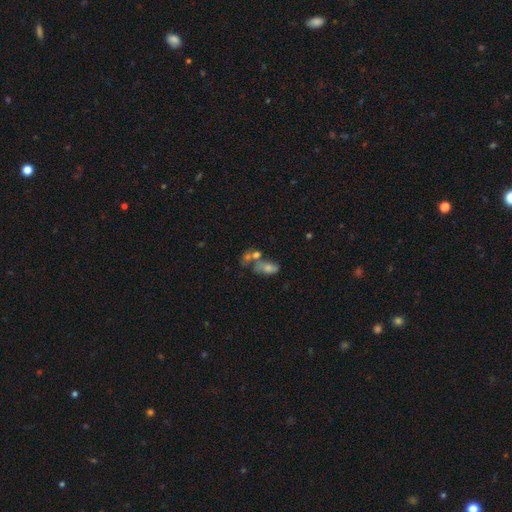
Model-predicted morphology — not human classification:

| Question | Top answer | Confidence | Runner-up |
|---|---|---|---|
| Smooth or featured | smooth | 49% | featured or disk (32%) |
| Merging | merger | 49% | none (25%) |